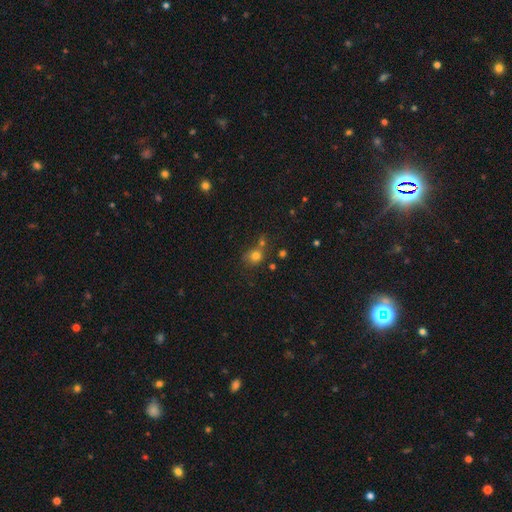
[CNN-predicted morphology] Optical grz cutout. It shows a smooth galaxy with no disk features (75%) that is round (76%). Merging: none (52%).